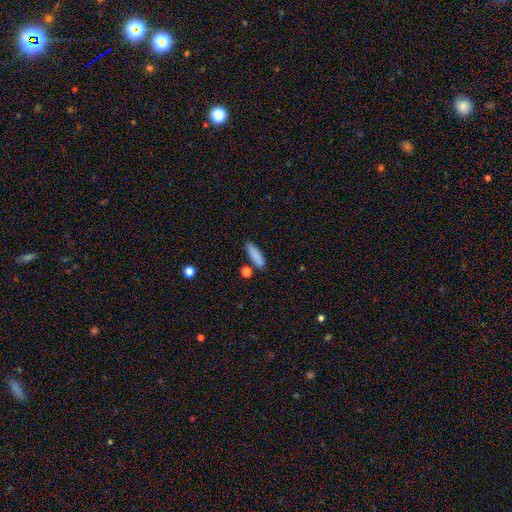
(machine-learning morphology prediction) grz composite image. It shows a smooth galaxy with no disk features (85%) that is cigar-shaped (59%). Merging: none (74%).